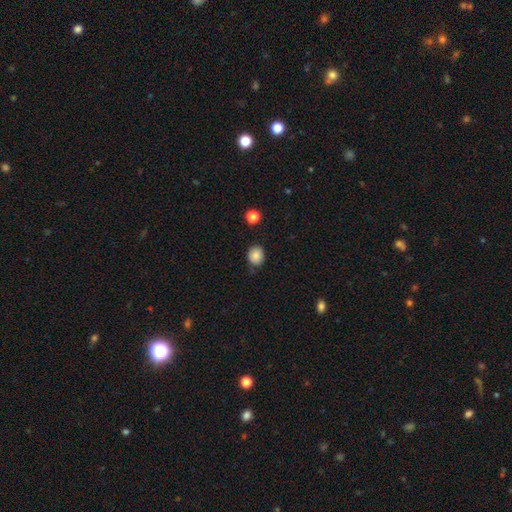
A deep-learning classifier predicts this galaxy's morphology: smooth 85%, star or artifact 9%, featured or disk 6%. Down the decision tree: how rounded — round (72%); merging — none (79%).